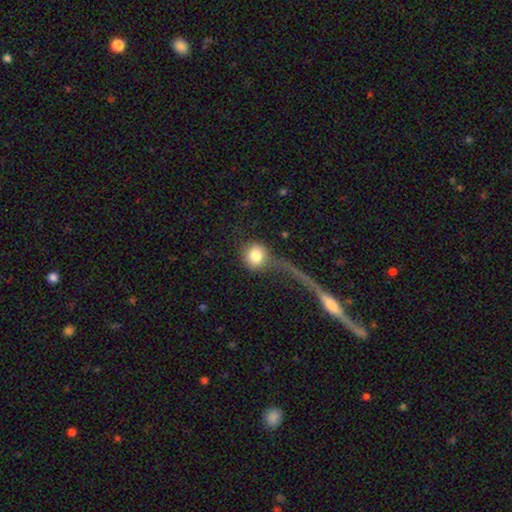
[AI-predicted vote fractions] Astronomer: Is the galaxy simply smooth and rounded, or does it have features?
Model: smooth — 78%.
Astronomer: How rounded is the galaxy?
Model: round — 85%.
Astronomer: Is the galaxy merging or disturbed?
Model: none — 44% (runner-up: major disturbance, 28%).